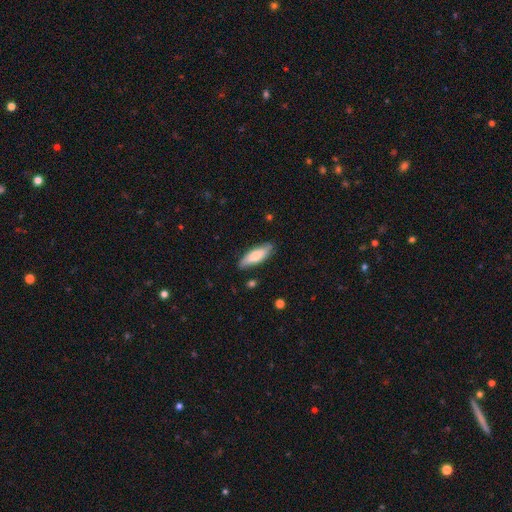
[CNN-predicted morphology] Overall: smooth (73%). How rounded: in between (56%; cigar-shaped 42%). Merging: none (83%).